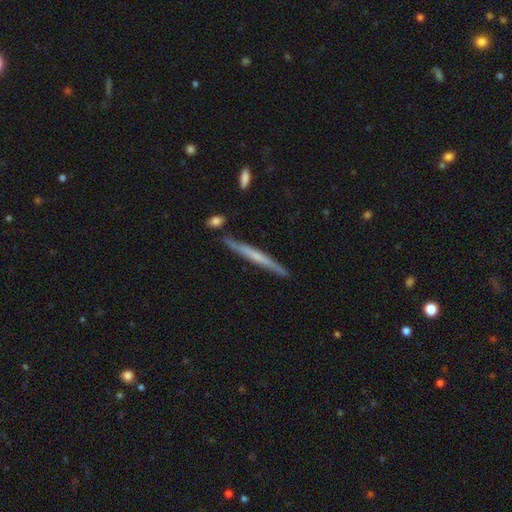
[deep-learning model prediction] Smooth or featured? Predicted: featured or disk (p=0.53). Edge-on disk? Predicted: yes (p=0.96). Edge-on bulge? Predicted: none (p=0.71). Merging? Predicted: none (p=0.84).